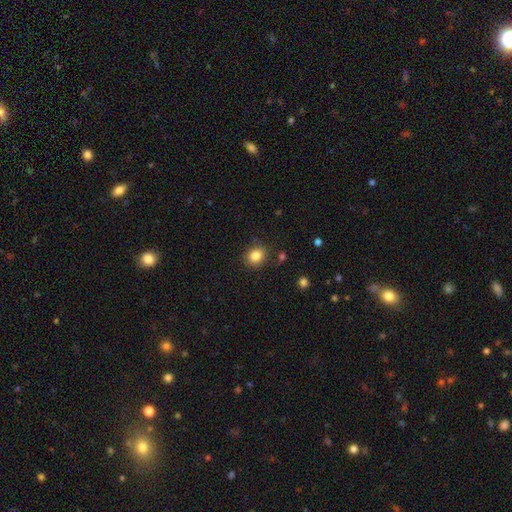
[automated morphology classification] Smooth or featured?
  - smooth: 84% *
  - star or artifact: 10%
  - featured or disk: 6%
How rounded?
  - round: 69% *
  - in between: 30%
  - cigar-shaped: 1%
Merging?
  - none: 84% *
  - minor disturbance: 10%
  - major disturbance: 3%
  - merger: 3%